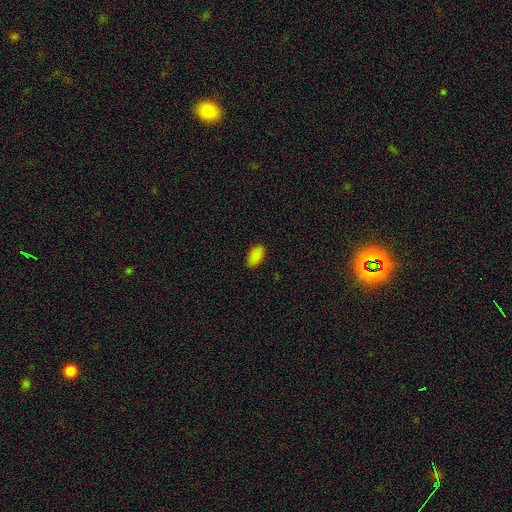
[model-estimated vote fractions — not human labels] Smooth or featured? smooth (88%)
How rounded? in between (94%)
Merging? none (88%)